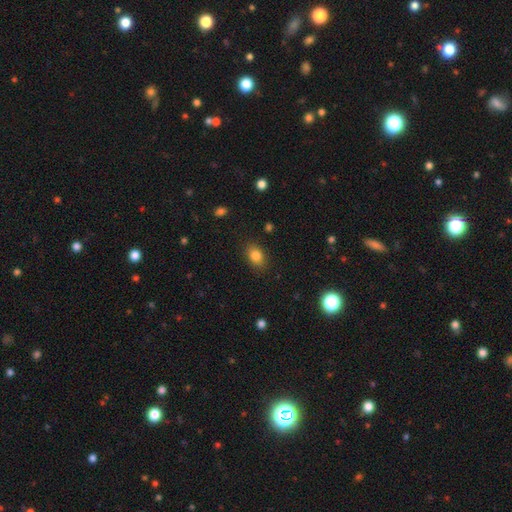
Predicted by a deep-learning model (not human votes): This appears to be a smooth galaxy with no disk features (83%) that is in between round and cigar-shaped (76%). Merging: none (86%).